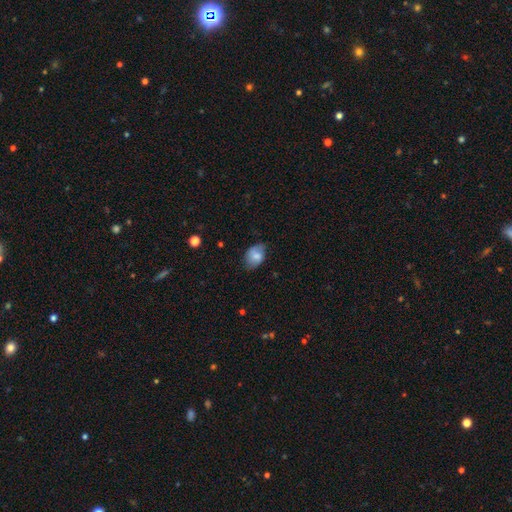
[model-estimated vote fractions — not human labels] Smooth or featured? Predicted: smooth (p=0.71). How rounded? Predicted: in between (p=0.76). Merging? Predicted: none (p=0.65).